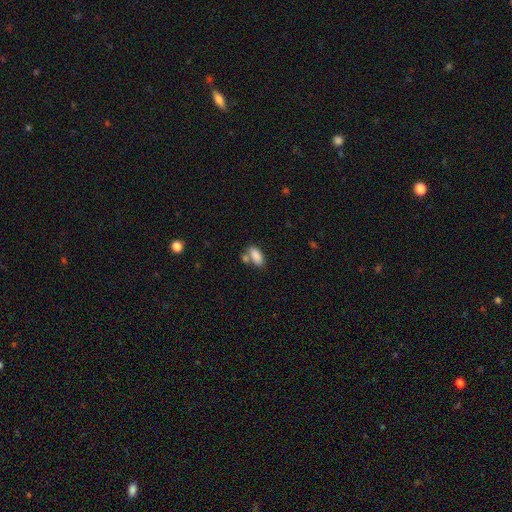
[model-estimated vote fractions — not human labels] smooth_or_featured: smooth (p=0.86) [alt: star or artifact p=0.08]
how_rounded: in between (p=0.88) [alt: cigar-shaped p=0.09]
merging: none (p=0.53) [alt: merger p=0.29]